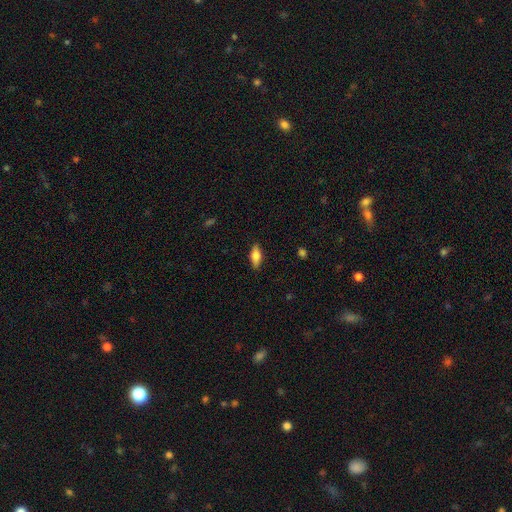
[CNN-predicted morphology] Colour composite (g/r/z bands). It shows a smooth galaxy with no disk features (70%) that is in between round and cigar-shaped (75%). Merging: none (86%).